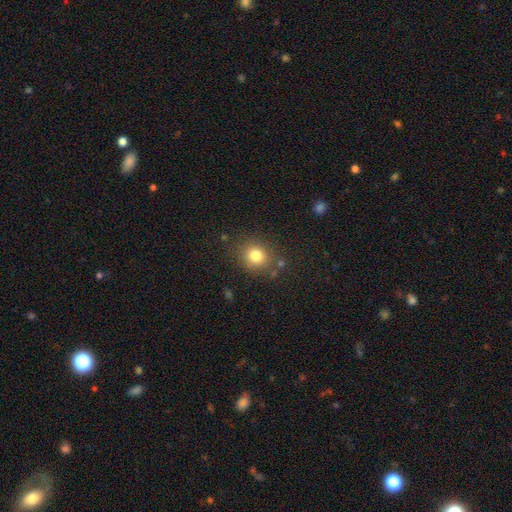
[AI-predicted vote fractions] The model was most divided on "how rounded": round: 78%, in between: 21%, cigar-shaped: 1%. More confident: merging — none (82%); smooth or featured — smooth (80%).